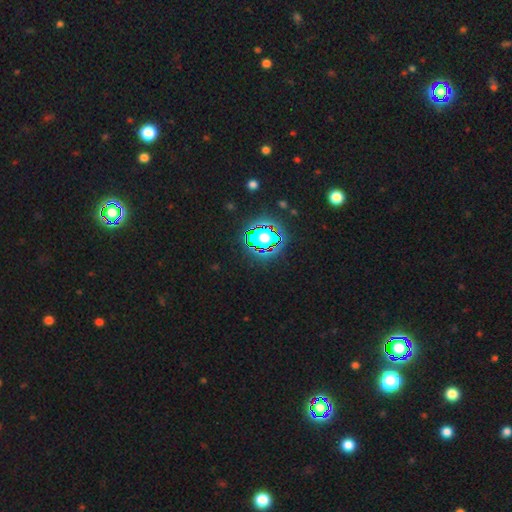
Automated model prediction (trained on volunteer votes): Smooth or featured?
  - star or artifact: 82% *
  - smooth: 11%
  - featured or disk: 7%